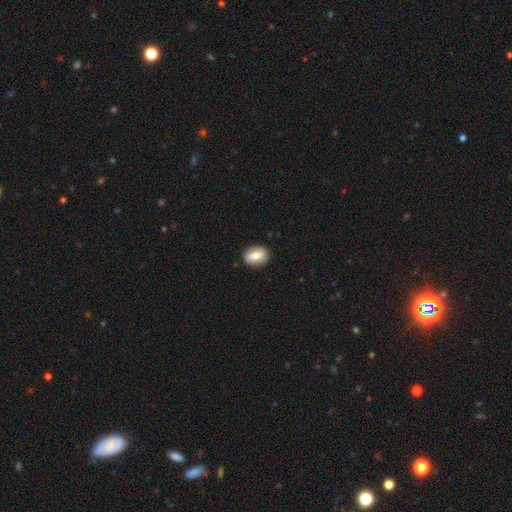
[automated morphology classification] type=smooth (69%); roundness=in between (59%); merging=none (87%).